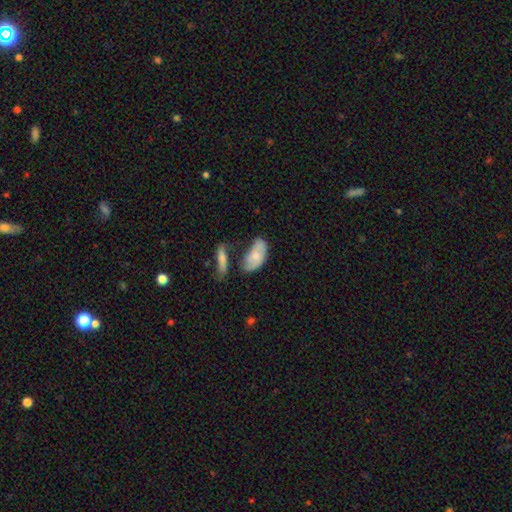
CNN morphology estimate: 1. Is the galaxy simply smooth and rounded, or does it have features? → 66% smooth, 28% featured or disk, 6% star or artifact.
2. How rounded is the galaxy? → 90% in between, 7% cigar-shaped, 3% round.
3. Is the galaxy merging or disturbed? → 39% none, 29% minor disturbance, 19% merger, 13% major disturbance.